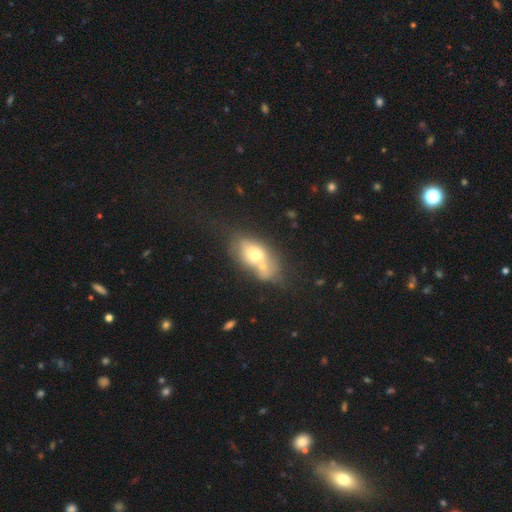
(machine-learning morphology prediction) smooth_or_featured: smooth (p=0.59) [alt: featured or disk p=0.32]
how_rounded: in between (p=0.80) [alt: round p=0.14]
merging: merger (p=0.50) [alt: none p=0.31]